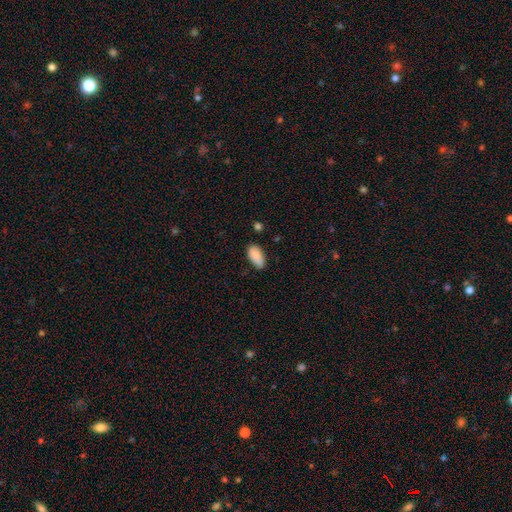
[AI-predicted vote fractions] Morphology: type=smooth (89%); roundness=in between (92%); merging=none (80%).